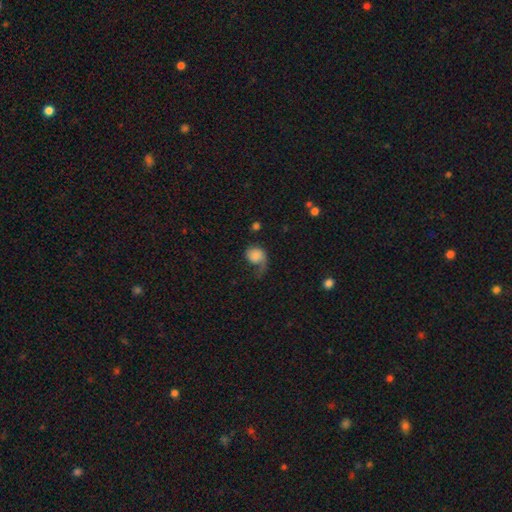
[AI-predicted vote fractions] Smooth or featured? smooth (60%)
How rounded? round (62%)
Merging? major disturbance (46%)